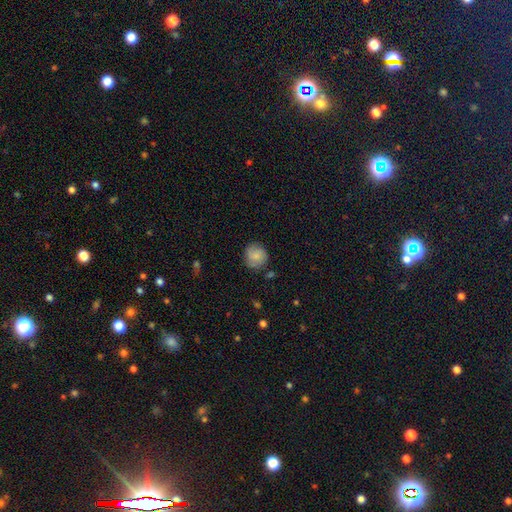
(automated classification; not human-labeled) smooth_or_featured: smooth (p=0.69) [alt: featured or disk p=0.24]
how_rounded: round (p=0.89) [alt: in between p=0.10]
merging: none (p=0.77) [alt: minor disturbance p=0.16]